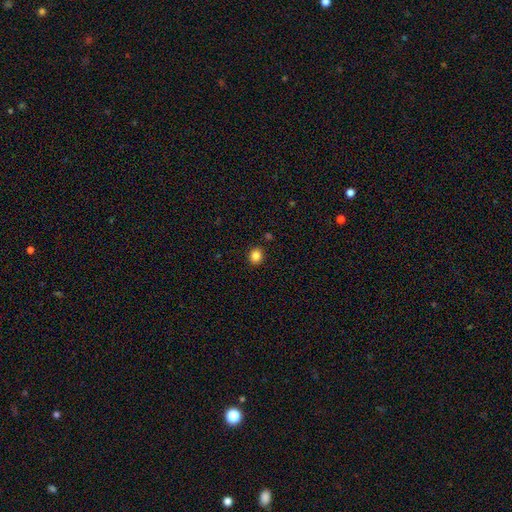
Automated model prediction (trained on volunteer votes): The model was most divided on "how rounded": round: 68%, in between: 31%, cigar-shaped: 1%. More confident: merging — none (90%); smooth or featured — smooth (85%).